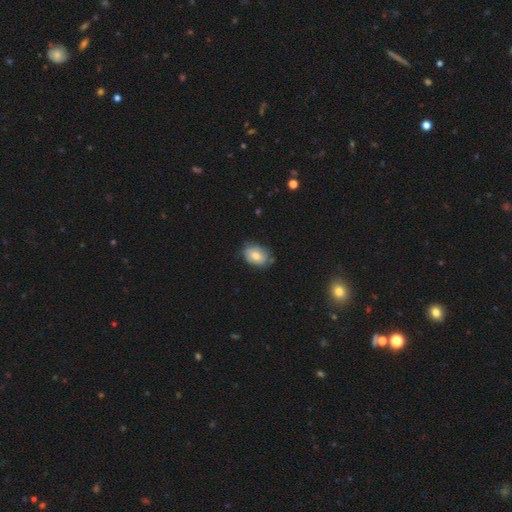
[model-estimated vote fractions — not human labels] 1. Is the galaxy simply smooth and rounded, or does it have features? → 71% smooth, 21% featured or disk, 8% star or artifact.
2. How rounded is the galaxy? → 78% in between, 20% round, 1% cigar-shaped.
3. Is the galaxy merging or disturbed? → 69% none, 25% minor disturbance, 4% major disturbance, 2% merger.